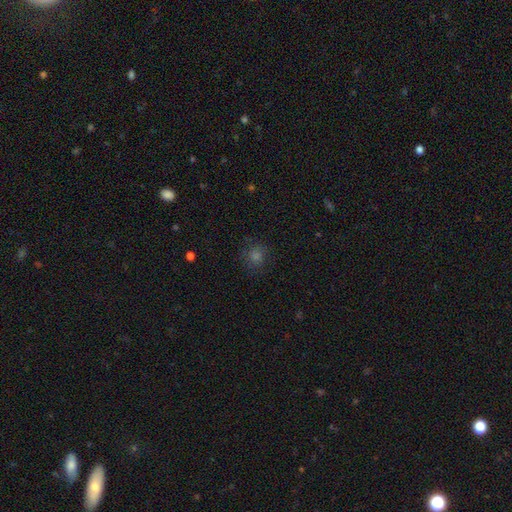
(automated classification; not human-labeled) Smooth or featured? smooth (59%)
How rounded? round (89%)
Merging? none (84%)